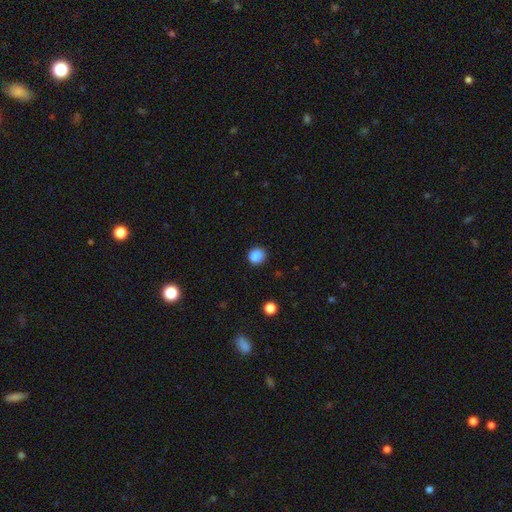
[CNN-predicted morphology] Q: Smooth or featured?
A: smooth (86%); runner-up: star or artifact (11%)
Q: How rounded?
A: round (83%); runner-up: in between (16%)
Q: Merging?
A: none (89%); runner-up: minor disturbance (8%)